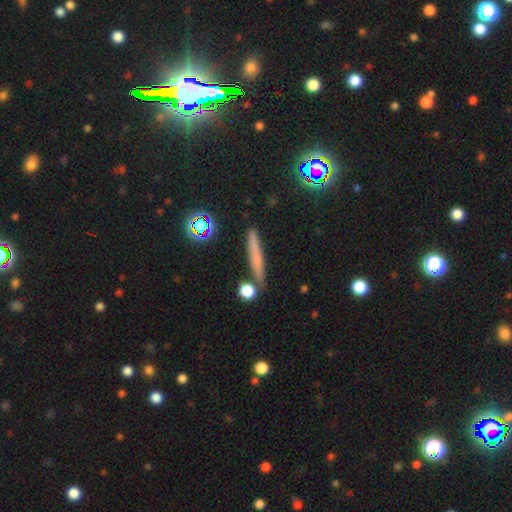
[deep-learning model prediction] Smooth or featured?
  - smooth: 56% *
  - featured or disk: 27%
  - star or artifact: 16%
How rounded?
  - cigar-shaped: 91% *
  - in between: 5%
  - round: 4%
Merging?
  - none: 85% *
  - minor disturbance: 9%
  - merger: 4%
  - major disturbance: 2%